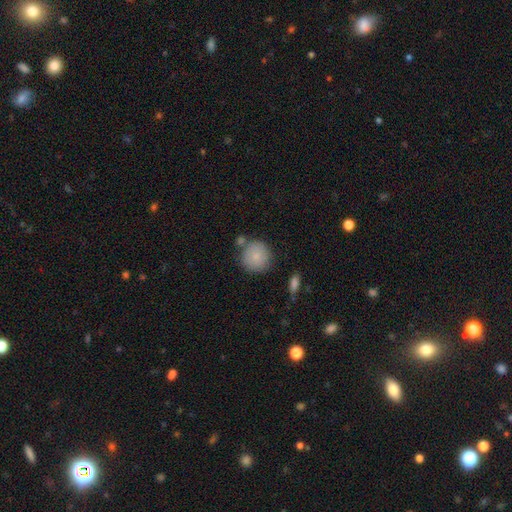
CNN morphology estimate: smooth_or_featured: smooth (p=0.84) [alt: featured or disk p=0.09]
how_rounded: round (p=0.93) [alt: in between p=0.06]
merging: none (p=0.73) [alt: minor disturbance p=0.13]